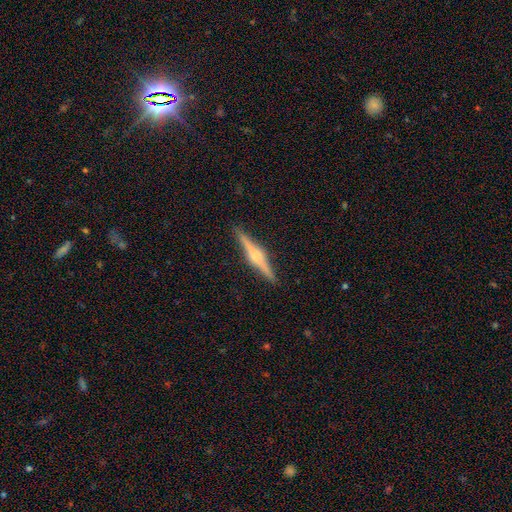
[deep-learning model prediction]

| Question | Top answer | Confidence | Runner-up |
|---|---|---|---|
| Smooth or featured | featured or disk | 76% | smooth (18%) |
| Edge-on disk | yes | 98% | no (2%) |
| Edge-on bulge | rounded | 83% | boxy (12%) |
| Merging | none | 91% | minor disturbance (7%) |